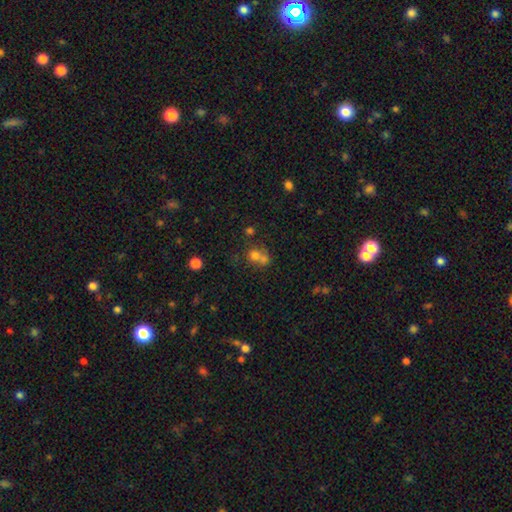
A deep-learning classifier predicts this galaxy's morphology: smooth_or_featured: smooth (p=0.68) [alt: star or artifact p=0.17]
how_rounded: round (p=0.76) [alt: in between p=0.22]
merging: merger (p=0.56) [alt: none p=0.33]